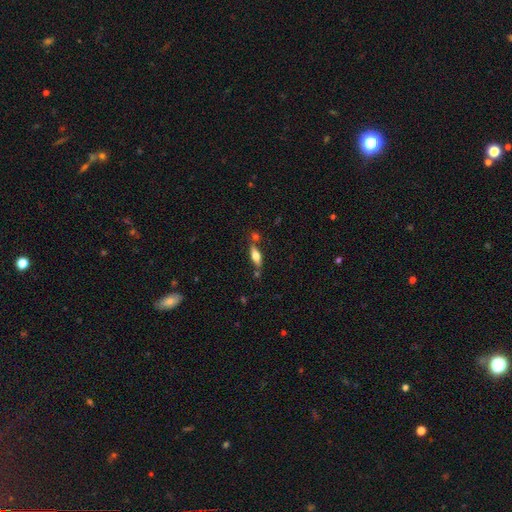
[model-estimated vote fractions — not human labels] Morphology: type=smooth (57%); roundness=in between (55%); merging=none (69%).